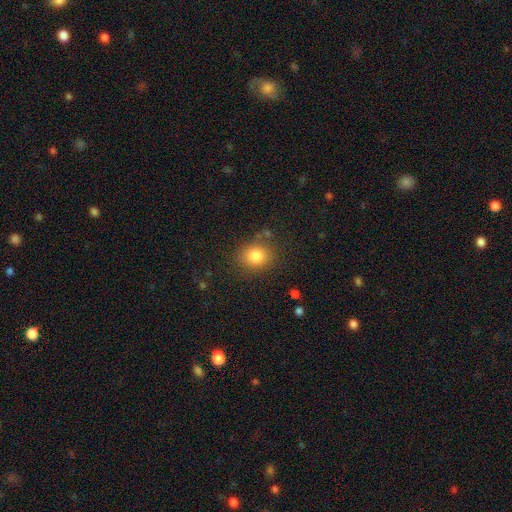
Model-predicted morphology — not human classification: This appears to be a smooth galaxy with no disk features (82%) that is round (68%). Merging: none (79%).